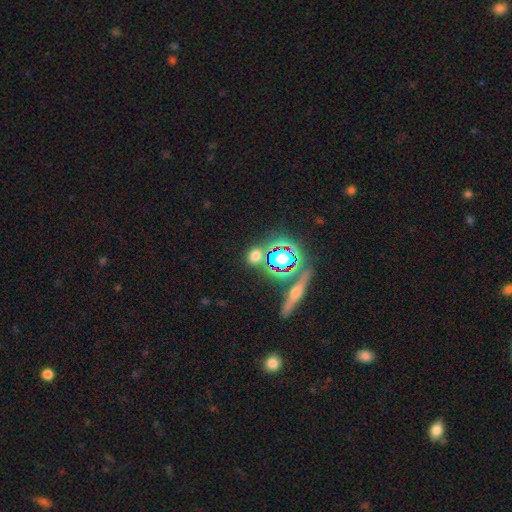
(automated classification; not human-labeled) A smooth galaxy with no disk features (56%) that is round (71%). Merging: none (80%).